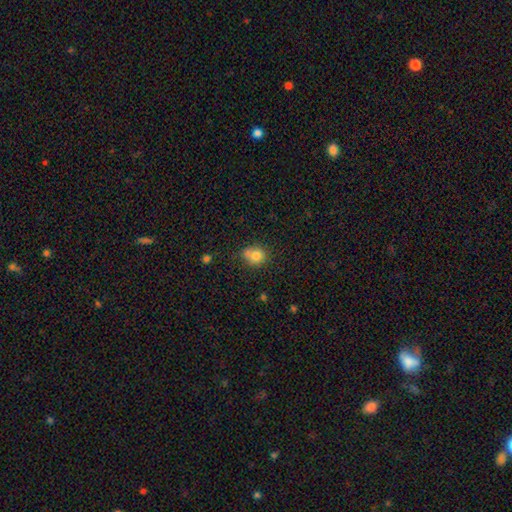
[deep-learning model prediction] Smooth or featured: smooth — 80% (star or artifact — 11%)
How rounded: round — 68% (in between — 31%)
Merging: none — 50% (minor disturbance — 24%)